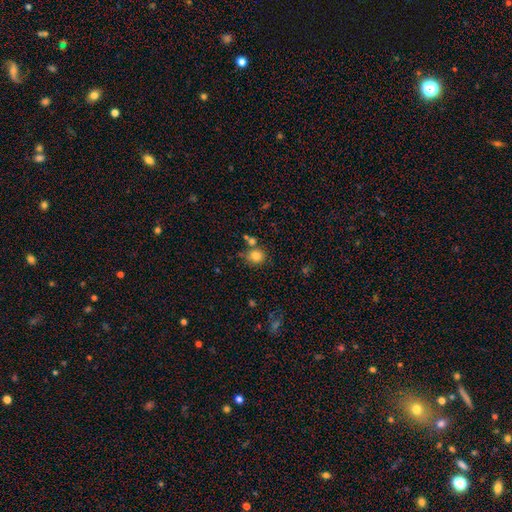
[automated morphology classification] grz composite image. It shows a smooth galaxy with no disk features (82%) that is round (81%). Merging: none (66%).